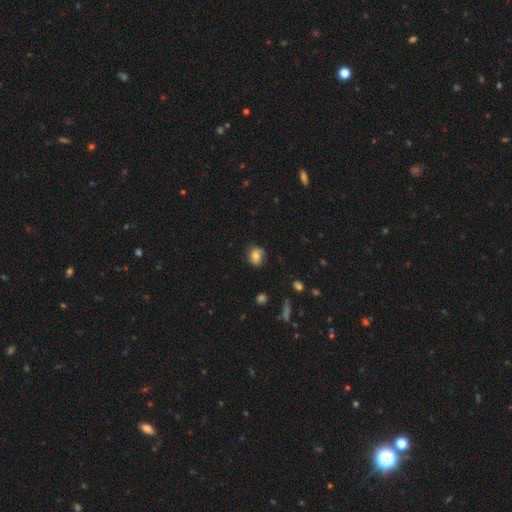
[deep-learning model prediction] smooth_or_featured: smooth (p=0.61) [alt: featured or disk p=0.29]
how_rounded: round (p=0.56) [alt: in between p=0.43]
merging: none (p=0.70) [alt: minor disturbance p=0.22]